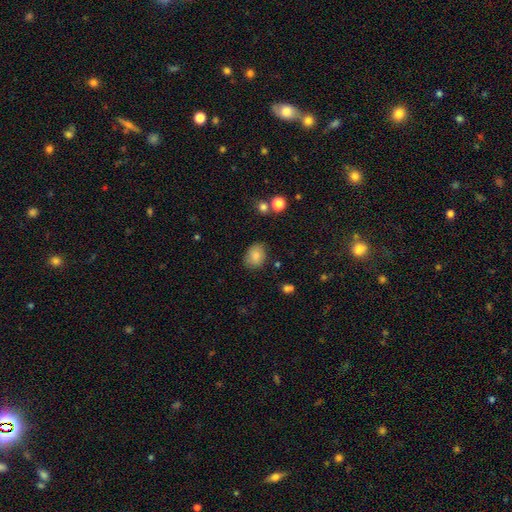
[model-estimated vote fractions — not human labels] A smooth galaxy with no disk features (84%) that is in between round and cigar-shaped (56%).

Vote fractions:
- Smooth or featured? smooth: 84% / star or artifact: 9% / featured or disk: 8%
- How rounded? in between: 56% / round: 43% / cigar-shaped: 1%
- Merging? none: 80% / minor disturbance: 15% / major disturbance: 3% / merger: 2%